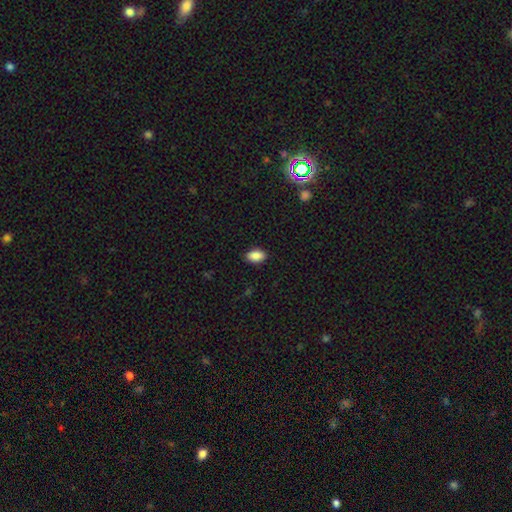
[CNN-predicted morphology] This appears to be a smooth galaxy with no disk features (88%) that is in between round and cigar-shaped (90%). Merging: none (89%).